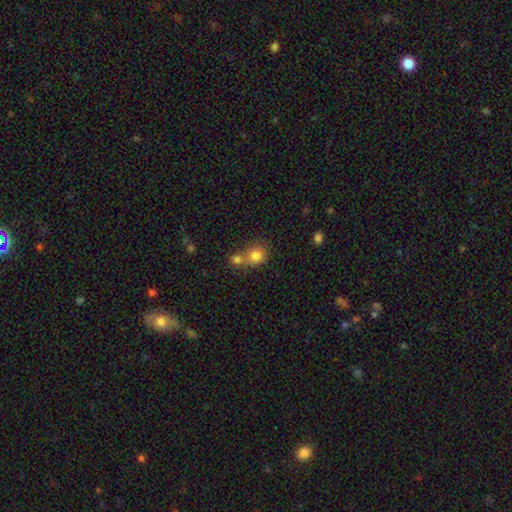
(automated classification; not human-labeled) Smooth or featured? smooth (80%)
How rounded? round (78%)
Merging? merger (47%)